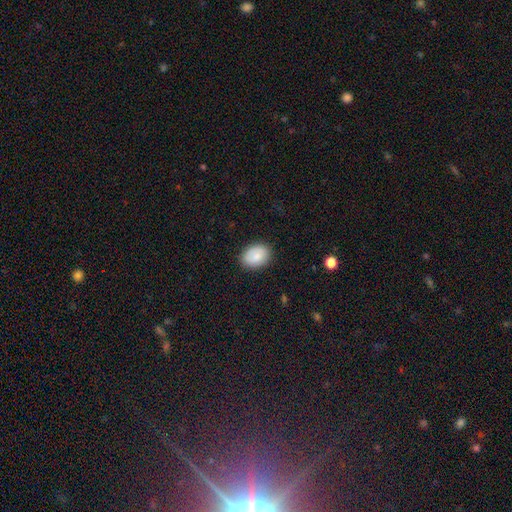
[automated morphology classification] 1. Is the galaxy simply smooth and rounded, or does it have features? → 83% smooth, 10% featured or disk, 7% star or artifact.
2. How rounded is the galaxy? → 78% in between, 21% round, 1% cigar-shaped.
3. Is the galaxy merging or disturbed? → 85% none, 11% minor disturbance, 3% major disturbance, 1% merger.